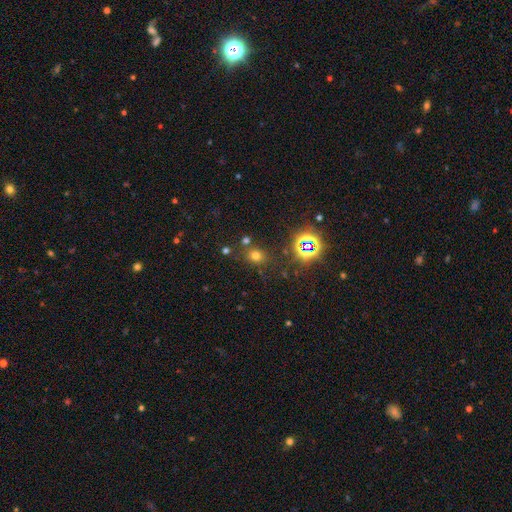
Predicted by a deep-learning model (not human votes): Smooth or featured? smooth (61%)
How rounded? round (72%)
Merging? none (76%)